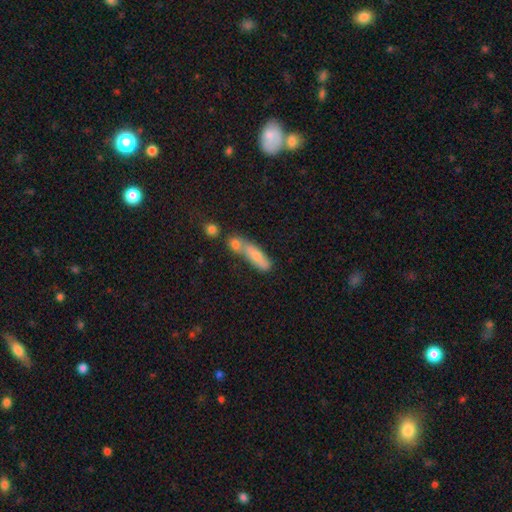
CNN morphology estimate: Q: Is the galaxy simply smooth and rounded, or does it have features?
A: smooth — 70%.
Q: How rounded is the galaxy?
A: cigar-shaped — 54%.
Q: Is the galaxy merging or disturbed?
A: merger — 55%.